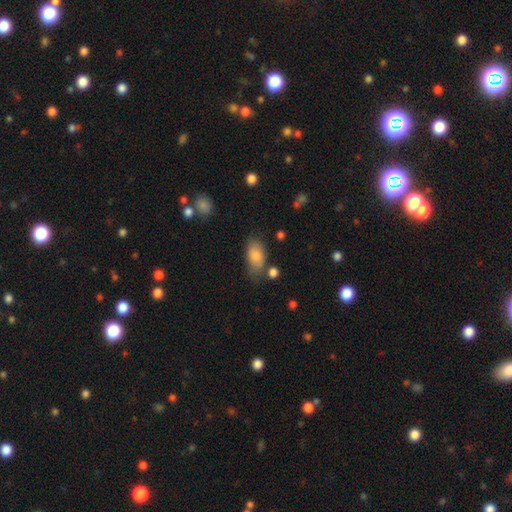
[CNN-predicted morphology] A smooth galaxy with no disk features (80%) that is in between round and cigar-shaped (91%). Merging: none (59%).